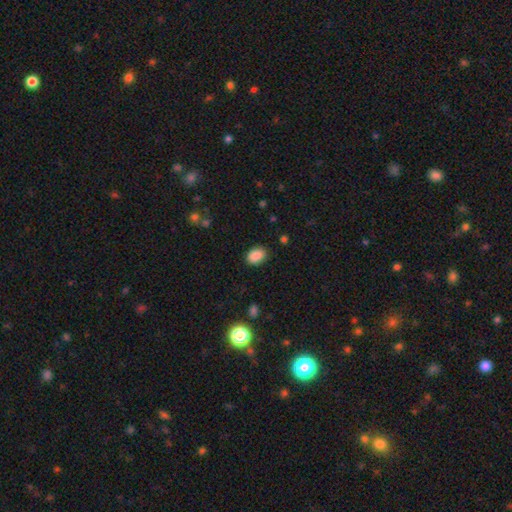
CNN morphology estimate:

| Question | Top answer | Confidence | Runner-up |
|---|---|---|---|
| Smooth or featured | smooth | 88% | star or artifact (9%) |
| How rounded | in between | 75% | round (24%) |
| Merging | none | 86% | minor disturbance (11%) |